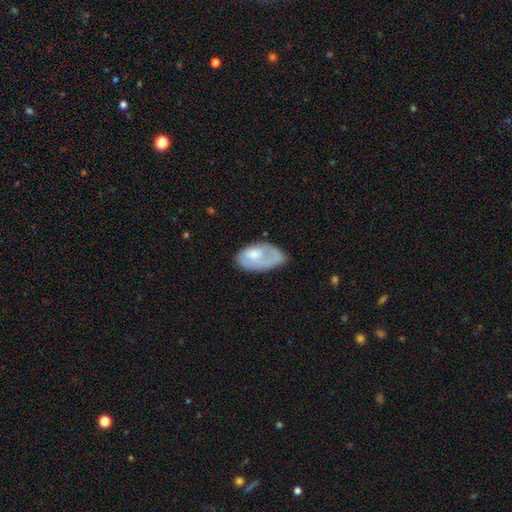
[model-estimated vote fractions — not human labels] Morphology: type=smooth (57%); roundness=in between (94%); merging=none (47%).